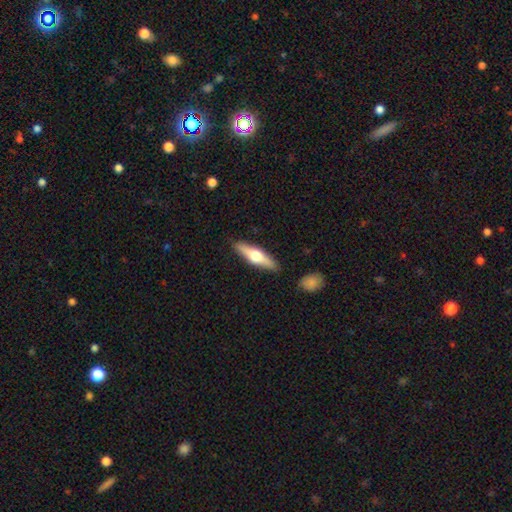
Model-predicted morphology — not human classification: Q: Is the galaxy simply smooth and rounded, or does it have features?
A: featured or disk — 51%.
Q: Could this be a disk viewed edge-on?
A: yes — 92%.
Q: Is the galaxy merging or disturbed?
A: none — 88%.